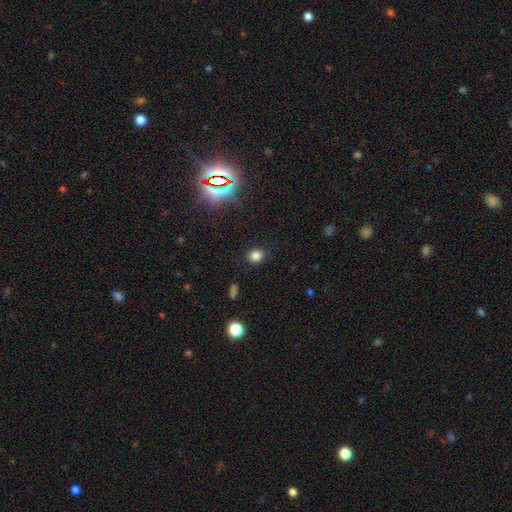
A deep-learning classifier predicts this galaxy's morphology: This is likely a smooth galaxy (80%). How rounded: possibly round (60%). Merging: clearly none (86%).